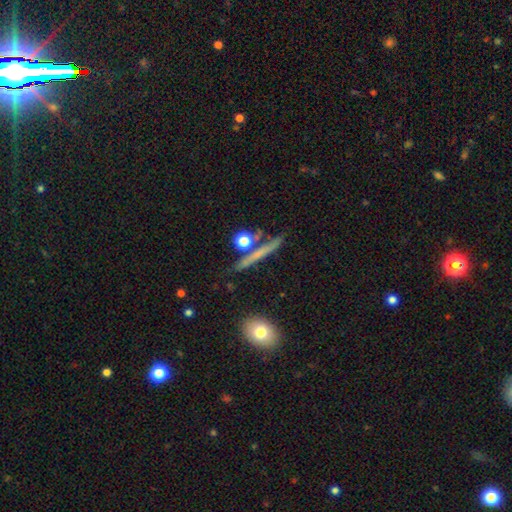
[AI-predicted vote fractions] smooth_or_featured: featured or disk (p=0.45) [alt: smooth p=0.42]
merging: none (p=0.80) [alt: minor disturbance p=0.10]